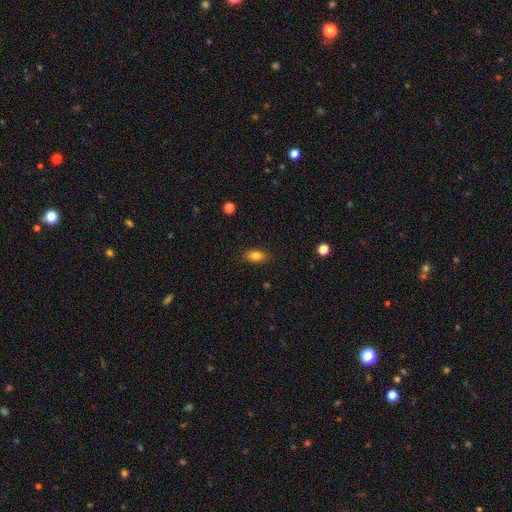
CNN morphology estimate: Smooth or featured: smooth — 82% (featured or disk — 9%)
How rounded: in between — 86% (round — 8%)
Merging: none — 86% (minor disturbance — 10%)